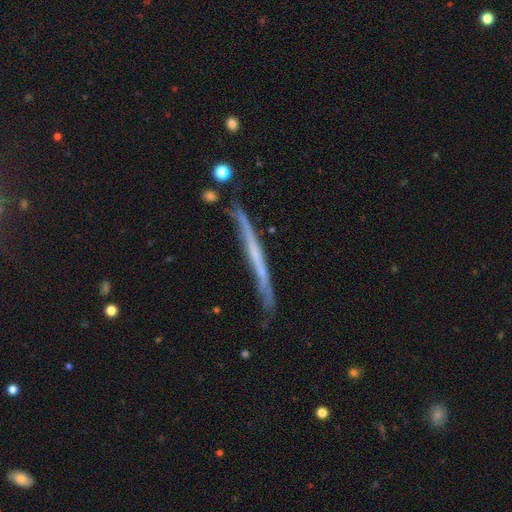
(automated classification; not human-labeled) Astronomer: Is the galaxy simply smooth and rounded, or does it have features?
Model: featured or disk — 61%.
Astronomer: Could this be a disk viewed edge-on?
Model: yes — 96%.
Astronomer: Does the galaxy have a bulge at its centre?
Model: none — 87%.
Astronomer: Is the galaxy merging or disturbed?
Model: none — 78%.